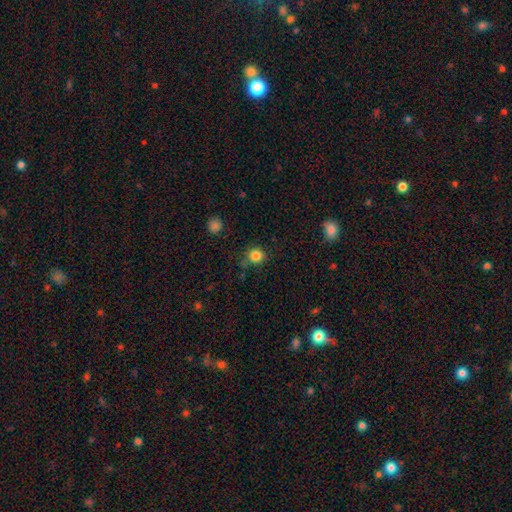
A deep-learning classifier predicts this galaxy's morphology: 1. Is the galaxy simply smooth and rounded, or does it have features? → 84% smooth, 12% star or artifact, 4% featured or disk.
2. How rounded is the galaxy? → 91% round, 8% in between, 1% cigar-shaped.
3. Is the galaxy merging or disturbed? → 80% none, 12% minor disturbance, 4% merger, 4% major disturbance.